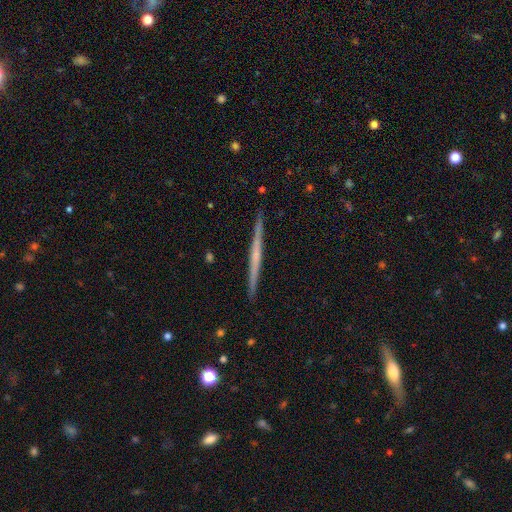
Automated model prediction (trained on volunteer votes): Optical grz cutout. It shows a featured or disk galaxy (64%) viewed edge-on (98%) with no central bulge (75%). Merging: none (92%).